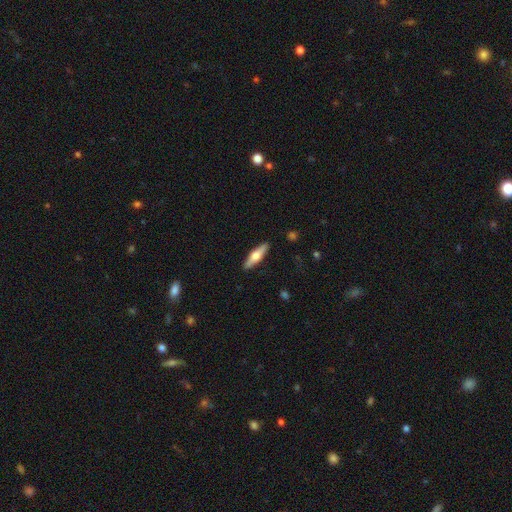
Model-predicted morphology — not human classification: Smooth or featured? featured or disk (49%)
Merging? none (90%)